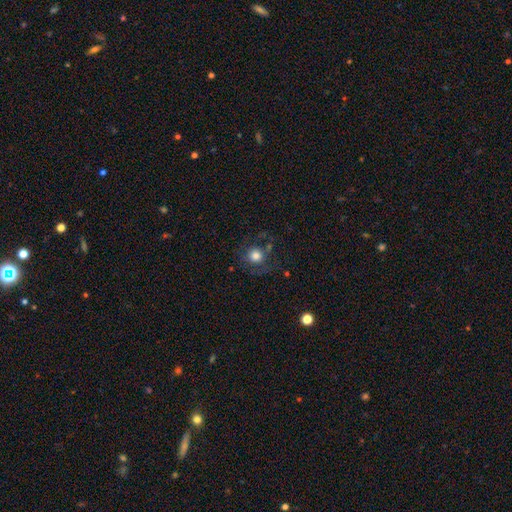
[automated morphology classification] This is likely a smooth galaxy (73%). How rounded: clearly round (90%). Merging: likely none (65%).